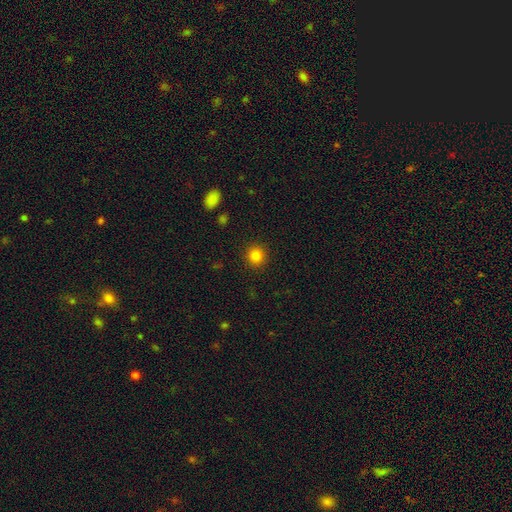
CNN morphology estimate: Smooth or featured?
  - smooth: 83% *
  - star or artifact: 12%
  - featured or disk: 5%
How rounded?
  - round: 92% *
  - in between: 7%
  - cigar-shaped: 1%
Merging?
  - none: 91% *
  - minor disturbance: 5%
  - major disturbance: 2%
  - merger: 1%